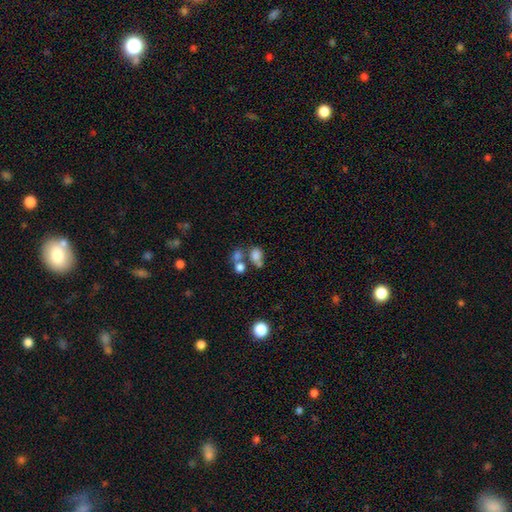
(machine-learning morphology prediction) This appears to be a smooth galaxy with no disk features (73%) that is in between round and cigar-shaped (53%). Merging: merger (45%).